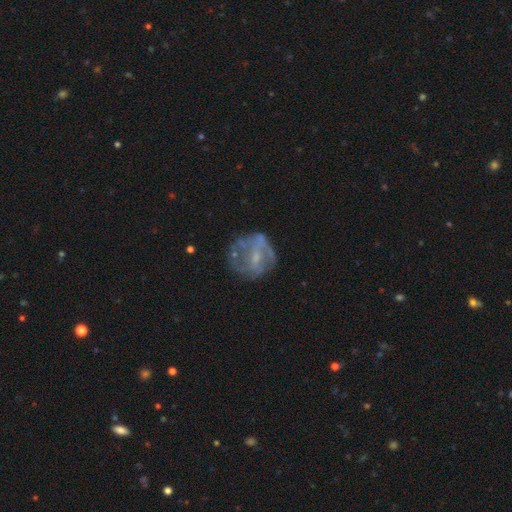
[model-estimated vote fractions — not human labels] smooth_or_featured: featured or disk (p=0.60) [alt: smooth p=0.29]
disk_edge_on: no (p=0.97) [alt: yes p=0.03]
bar: no (p=0.51) [alt: weak p=0.37]
has_spiral_arms: no (p=0.69) [alt: yes p=0.31]
bulge_size: small (p=0.48) [alt: none p=0.27]
merging: none (p=0.55) [alt: minor disturbance p=0.21]